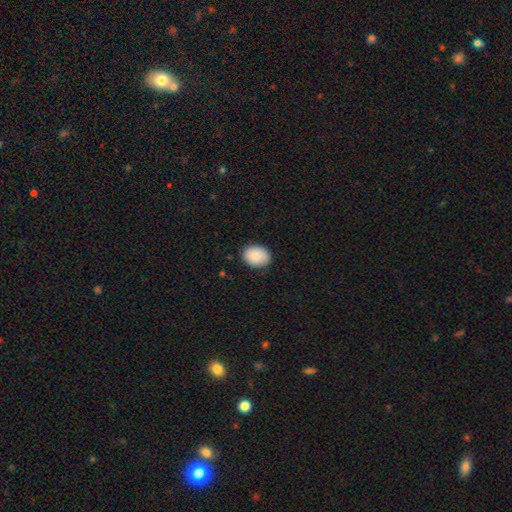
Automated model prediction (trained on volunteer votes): Smooth or featured? Predicted: smooth (p=0.90). How rounded? Predicted: in between (p=0.64). Merging? Predicted: none (p=0.86).